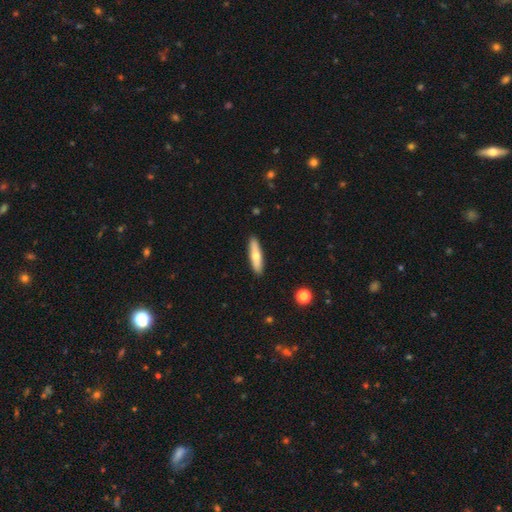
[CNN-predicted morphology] The model was most divided on "smooth or featured": smooth: 62%, featured or disk: 33%, star or artifact: 6%. More confident: merging — none (90%); how rounded — cigar-shaped (73%).